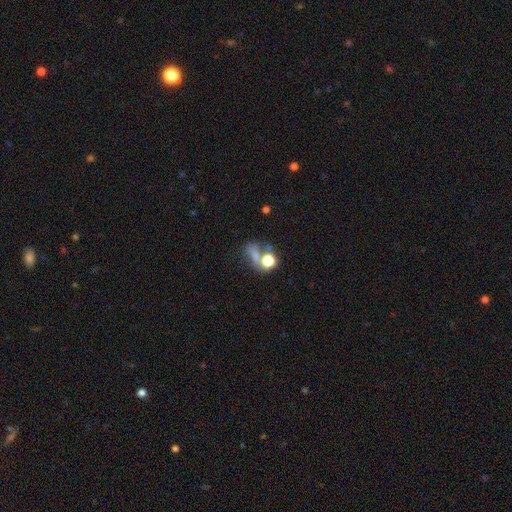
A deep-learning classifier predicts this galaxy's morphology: Q: Smooth or featured?
A: smooth (50%); runner-up: star or artifact (31%)
Q: Merging?
A: none (37%); runner-up: merger (34%)